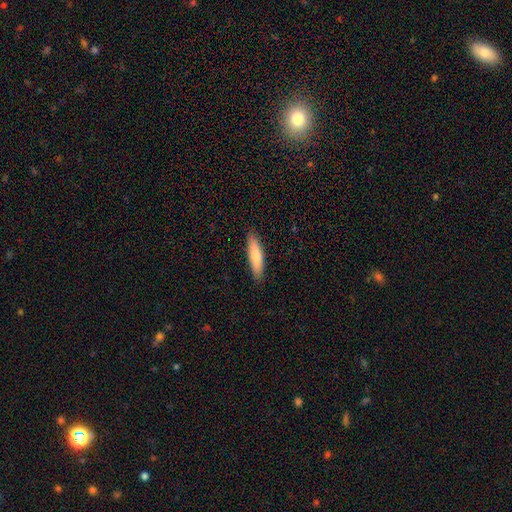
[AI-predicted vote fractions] This appears to be a smooth galaxy with no disk features (81%) that is cigar-shaped (76%). Merging: none (89%).